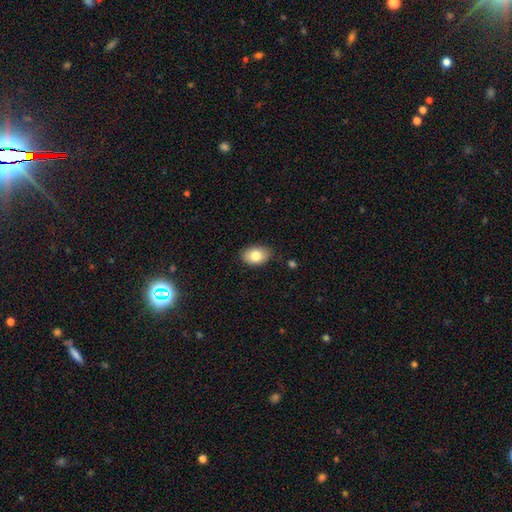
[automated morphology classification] This is clearly a smooth galaxy (81%). How rounded: clearly in between (85%). Merging: clearly none (82%).